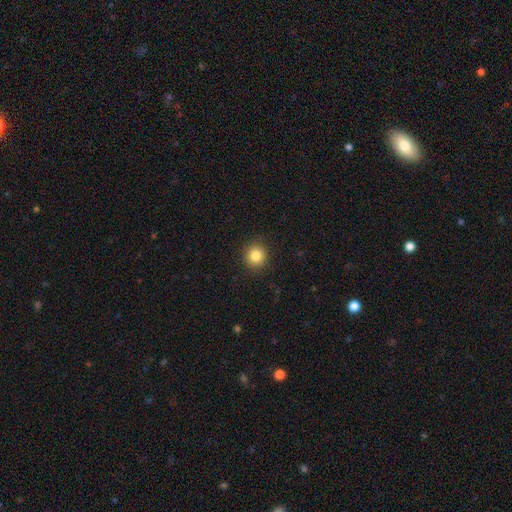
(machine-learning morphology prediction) Q: Smooth or featured?
A: smooth (84%); runner-up: star or artifact (11%)
Q: How rounded?
A: round (92%); runner-up: in between (7%)
Q: Merging?
A: none (91%); runner-up: minor disturbance (6%)